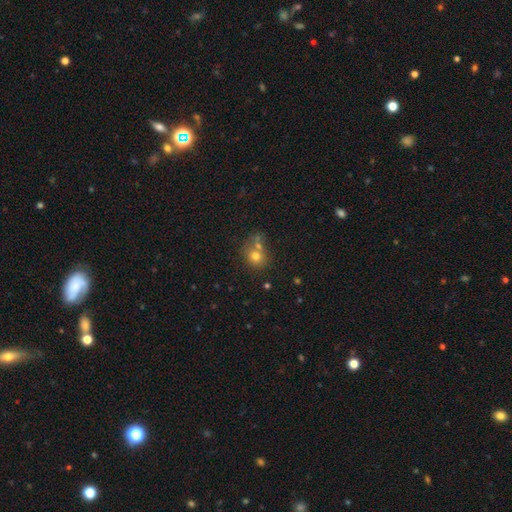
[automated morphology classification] smooth 70%, star or artifact 16%, featured or disk 15%. Down the decision tree: how rounded — round (77%); merging — none (46%).